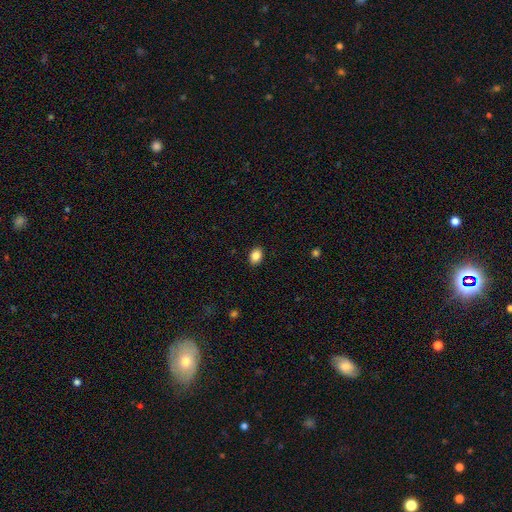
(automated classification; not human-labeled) Overall: smooth (86%). How rounded: in between (69%; round 30%). Merging: none (89%).